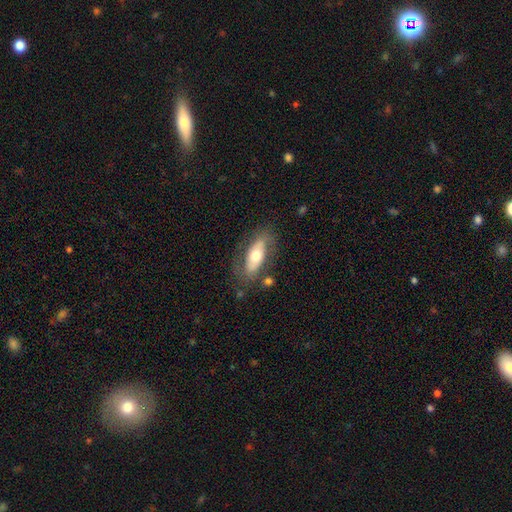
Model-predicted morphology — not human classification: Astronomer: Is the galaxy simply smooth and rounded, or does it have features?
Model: smooth — 51% (runner-up: featured or disk, 43%).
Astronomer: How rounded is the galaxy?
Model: in between — 77%.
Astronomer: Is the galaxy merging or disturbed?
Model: none — 71%.